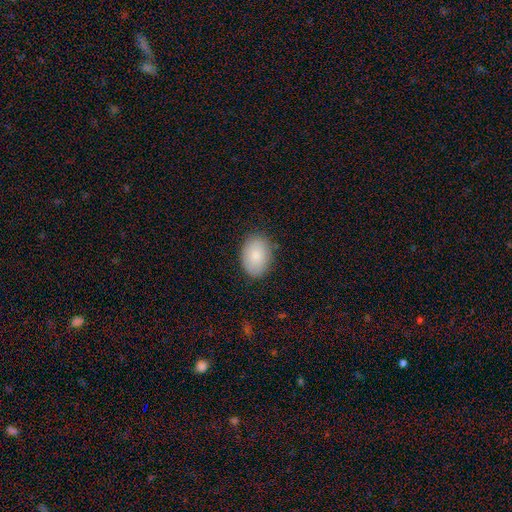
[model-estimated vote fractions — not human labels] Q: Smooth or featured?
A: smooth (85%); runner-up: featured or disk (8%)
Q: How rounded?
A: in between (80%); runner-up: round (19%)
Q: Merging?
A: none (84%); runner-up: minor disturbance (12%)